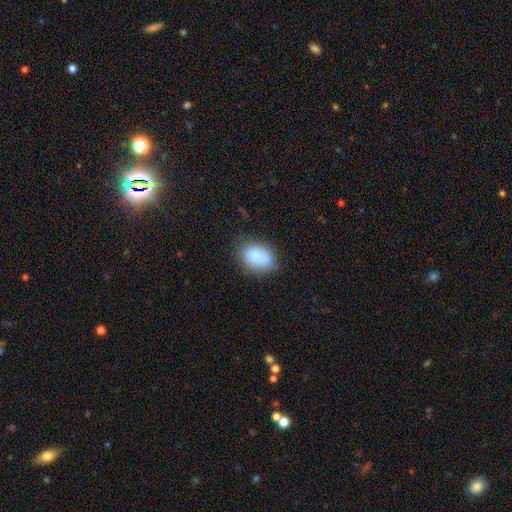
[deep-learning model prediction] Overall: smooth (81%). How rounded: in between (75%). Merging: none (63%).